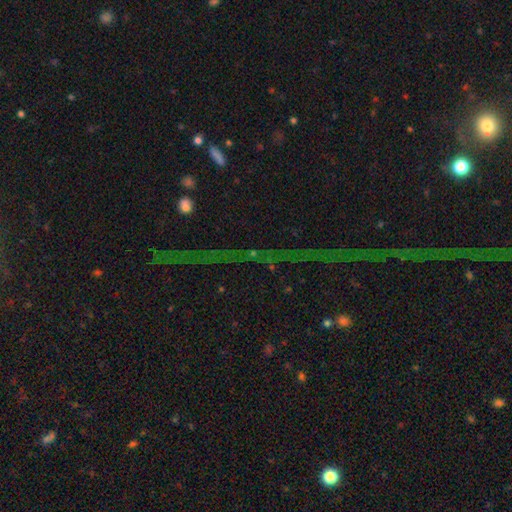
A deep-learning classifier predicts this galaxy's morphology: Smooth or featured? Predicted: star or artifact (p=0.81).